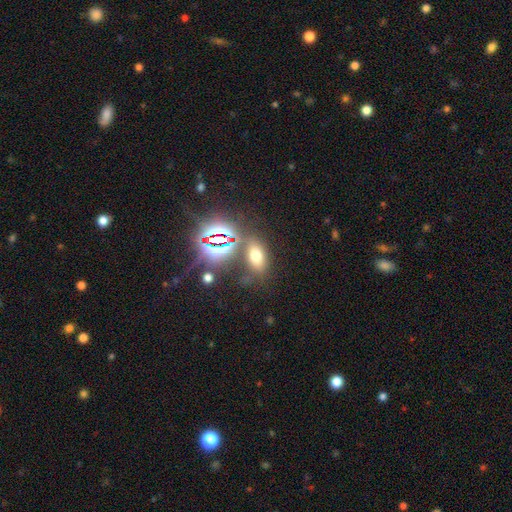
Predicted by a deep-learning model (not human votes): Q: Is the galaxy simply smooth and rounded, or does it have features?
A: smooth — 59%.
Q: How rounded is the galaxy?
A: in between — 82%.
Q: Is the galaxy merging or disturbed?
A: none — 72%.